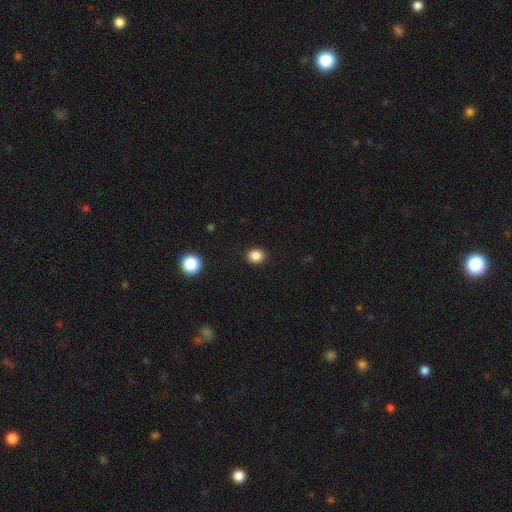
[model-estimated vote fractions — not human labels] Smooth or featured: smooth — 86% (star or artifact — 11%)
How rounded: round — 74% (in between — 25%)
Merging: none — 91% (minor disturbance — 6%)